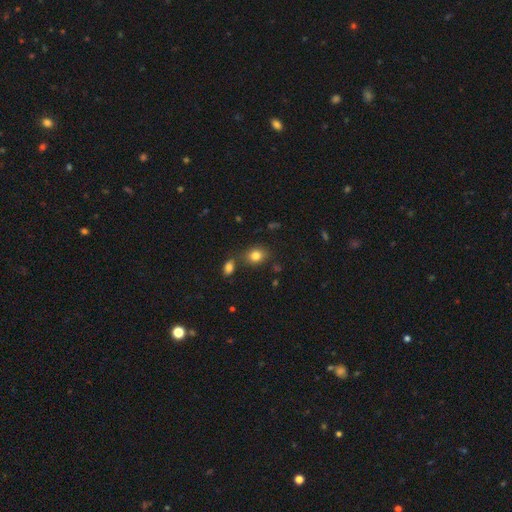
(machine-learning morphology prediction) Smooth or featured? smooth (81%)
How rounded? round (52%)
Merging? none (72%)